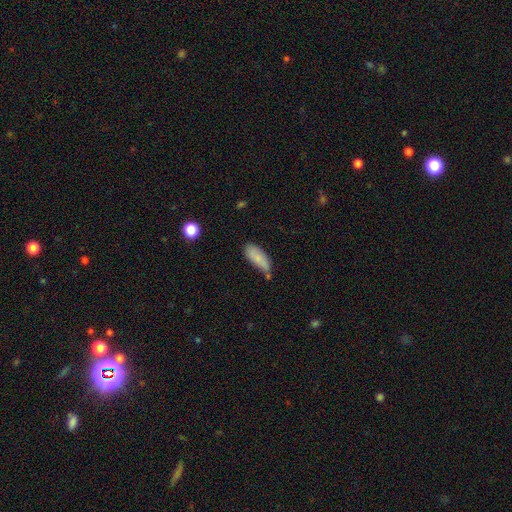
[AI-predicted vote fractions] This is clearly a smooth galaxy (82%). How rounded: likely in between (75%). Merging: possibly none (50%).